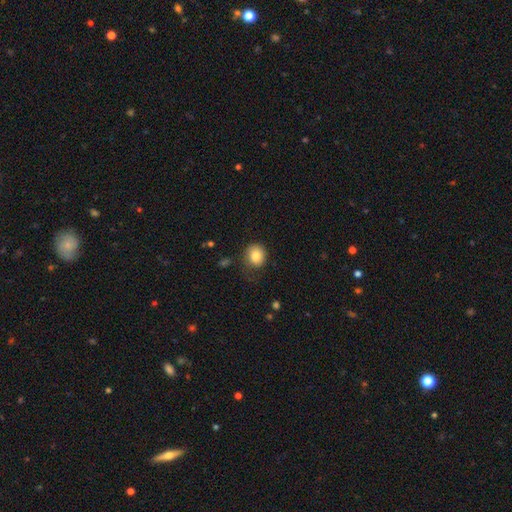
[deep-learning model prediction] smooth 83%, star or artifact 9%, featured or disk 7%. Down the decision tree: how rounded — round (76%); merging — none (69%).